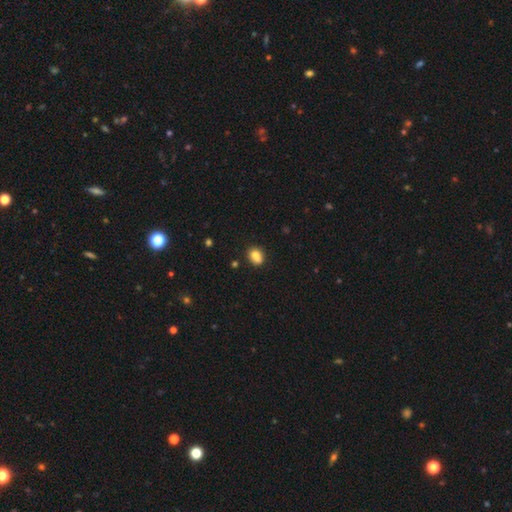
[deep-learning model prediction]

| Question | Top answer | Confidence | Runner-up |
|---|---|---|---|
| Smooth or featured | smooth | 79% | featured or disk (11%) |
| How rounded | in between | 52% | round (46%) |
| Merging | none | 60% | merger (18%) |